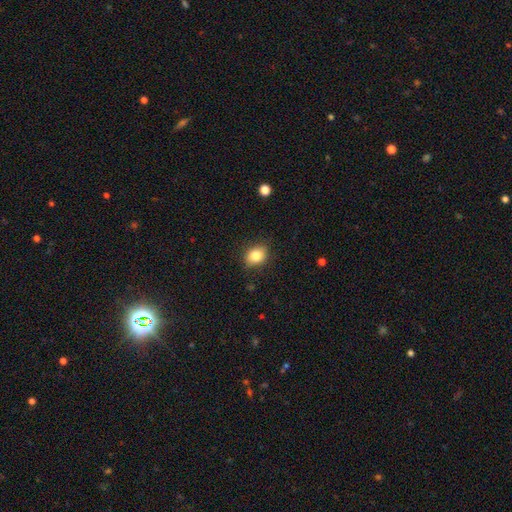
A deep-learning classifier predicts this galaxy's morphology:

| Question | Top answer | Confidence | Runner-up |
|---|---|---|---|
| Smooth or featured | smooth | 83% | star or artifact (10%) |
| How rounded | in between | 55% | round (44%) |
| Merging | none | 84% | minor disturbance (13%) |